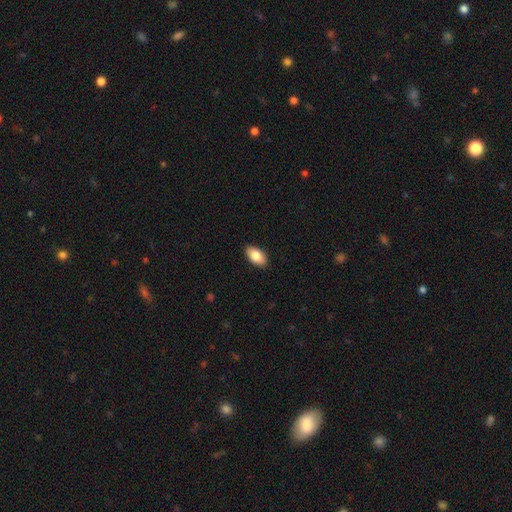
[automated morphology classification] This appears to be a smooth galaxy with no disk features (84%) that is in between round and cigar-shaped (94%). Merging: none (89%).